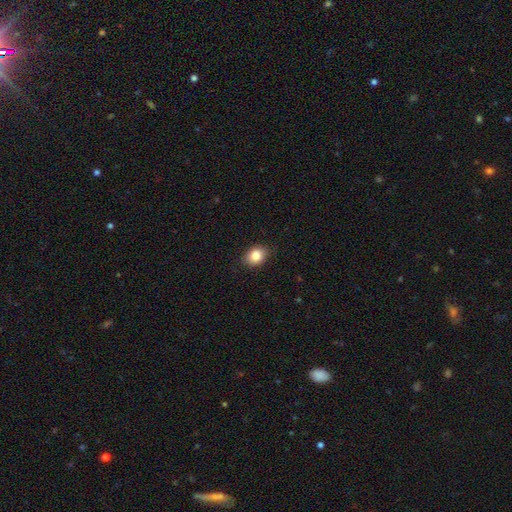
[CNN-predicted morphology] type=smooth (85%); roundness=in between (61%); merging=none (87%).